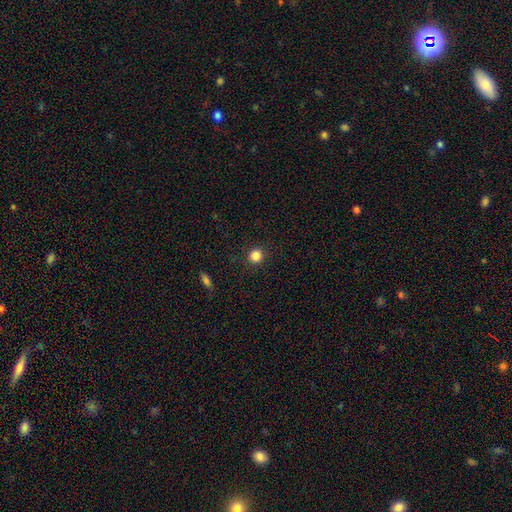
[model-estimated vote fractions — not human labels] Smooth or featured? Predicted: smooth (p=0.84). How rounded? Predicted: round (p=0.93). Merging? Predicted: none (p=0.91).